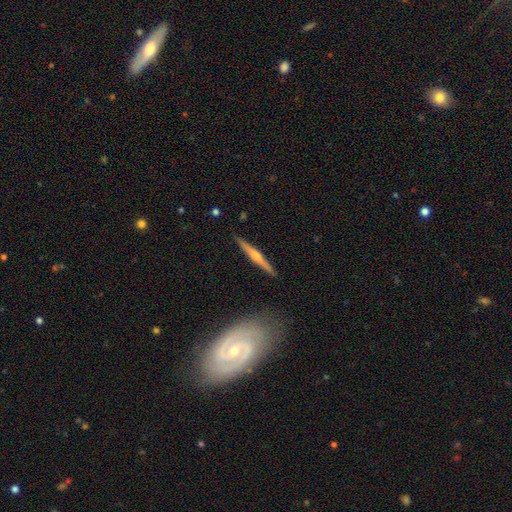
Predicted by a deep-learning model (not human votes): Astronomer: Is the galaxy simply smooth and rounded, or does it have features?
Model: featured or disk — 67%.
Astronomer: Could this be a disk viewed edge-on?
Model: yes — 97%.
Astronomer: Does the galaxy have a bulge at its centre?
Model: rounded — 83%.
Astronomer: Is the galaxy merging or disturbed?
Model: none — 89%.